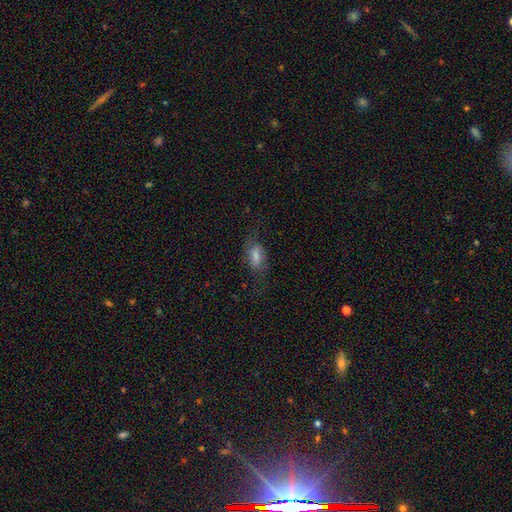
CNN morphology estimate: This is possibly a smooth galaxy (57%). How rounded: likely in between (79%). Merging: likely none (65%).